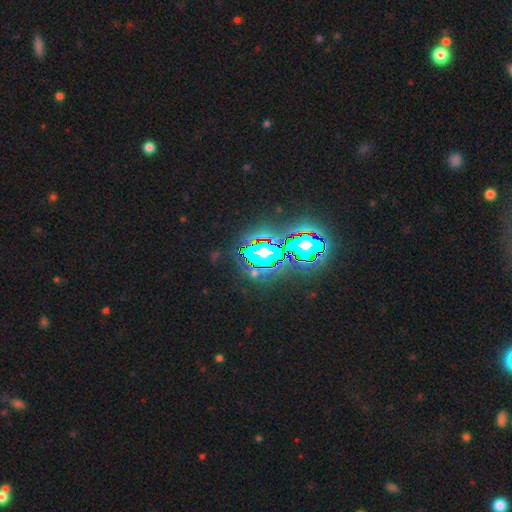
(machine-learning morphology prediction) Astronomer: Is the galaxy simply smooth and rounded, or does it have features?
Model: star or artifact — 84%.